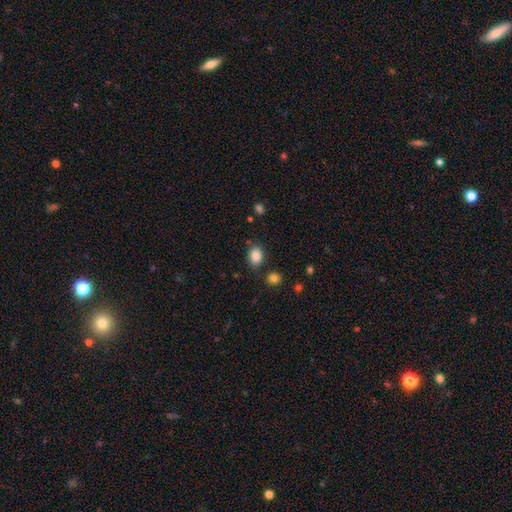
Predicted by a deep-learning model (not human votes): smooth_or_featured: smooth (p=0.86) [alt: star or artifact p=0.09]
how_rounded: in between (p=0.68) [alt: round p=0.31]
merging: none (p=0.79) [alt: minor disturbance p=0.13]